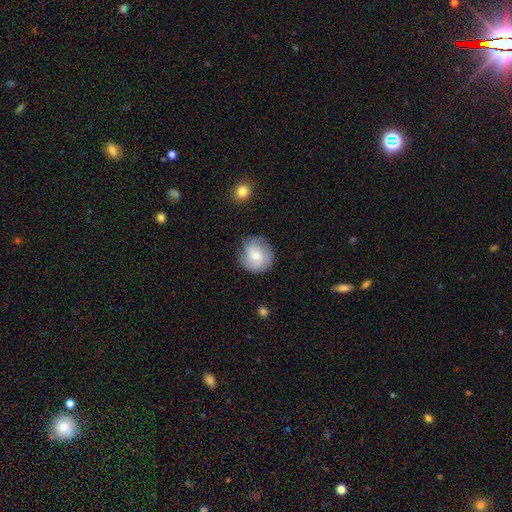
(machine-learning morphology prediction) The model was most divided on "smooth or featured": smooth: 53%, featured or disk: 39%, star or artifact: 7%. More confident: how rounded — round (85%); merging — none (75%).